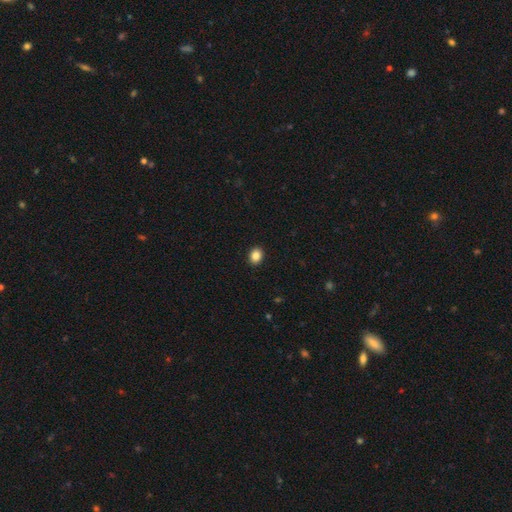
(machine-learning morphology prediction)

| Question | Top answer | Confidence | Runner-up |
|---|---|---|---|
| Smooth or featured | smooth | 86% | star or artifact (10%) |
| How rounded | round | 51% | in between (48%) |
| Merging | none | 92% | minor disturbance (6%) |